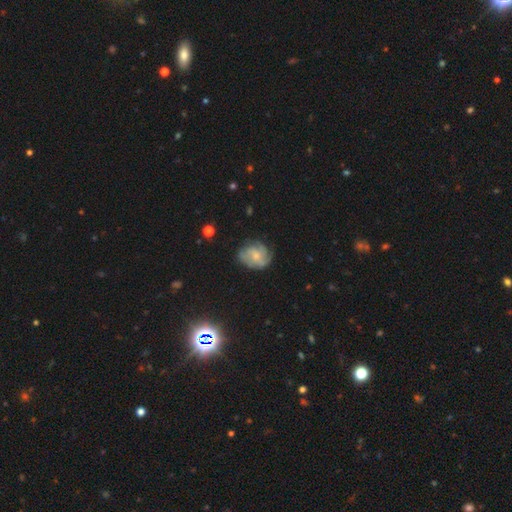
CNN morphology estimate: smooth_or_featured: featured or disk (p=0.60) [alt: smooth p=0.31]
disk_edge_on: no (p=0.97) [alt: yes p=0.03]
bar: no (p=0.69) [alt: weak p=0.27]
has_spiral_arms: yes (p=0.82) [alt: no p=0.18]
bulge_size: small (p=0.58) [alt: moderate p=0.33]
merging: none (p=0.66) [alt: minor disturbance p=0.22]